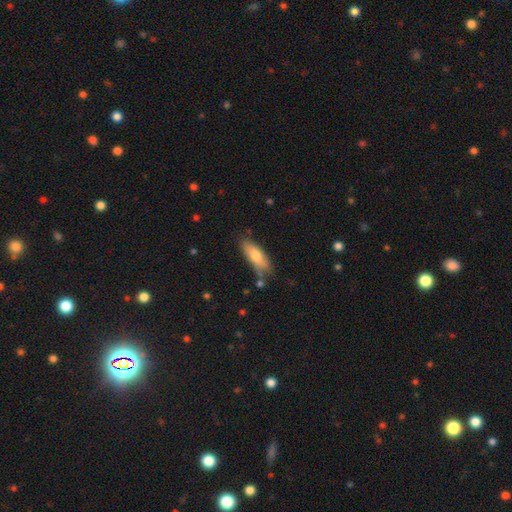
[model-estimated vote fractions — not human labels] Smooth or featured?
  - smooth: 74% *
  - featured or disk: 20%
  - star or artifact: 6%
How rounded?
  - in between: 61% *
  - cigar-shaped: 37%
  - round: 2%
Merging?
  - none: 72% *
  - minor disturbance: 19%
  - merger: 5%
  - major disturbance: 4%